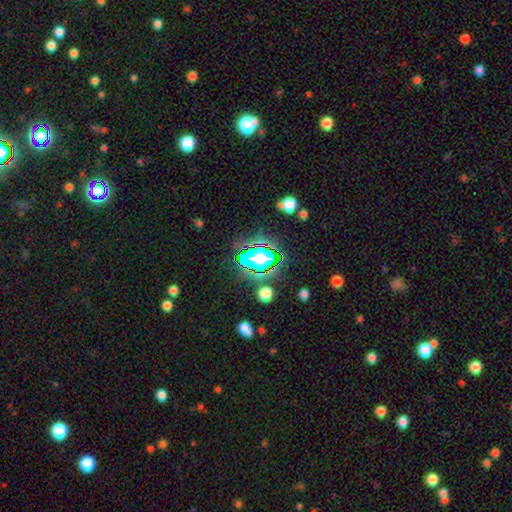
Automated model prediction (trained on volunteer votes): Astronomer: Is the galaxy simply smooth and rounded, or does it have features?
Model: star or artifact — 57%.